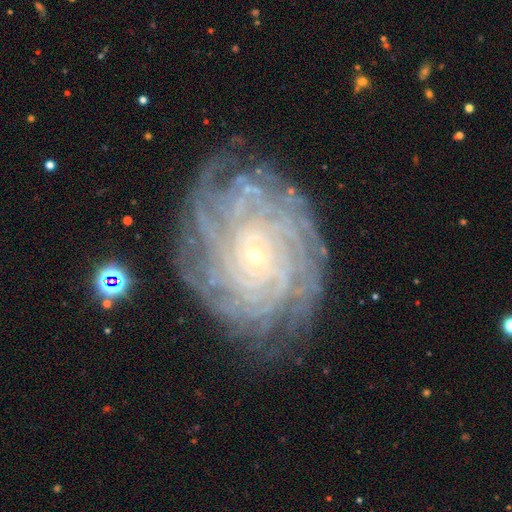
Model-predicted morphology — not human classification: This appears to be a featured or disk galaxy (88%) with no bar (79%), more than 4 (41%) tight (83%) spiral arms (97%) and a small central bulge (87%). Merging: none (80%).